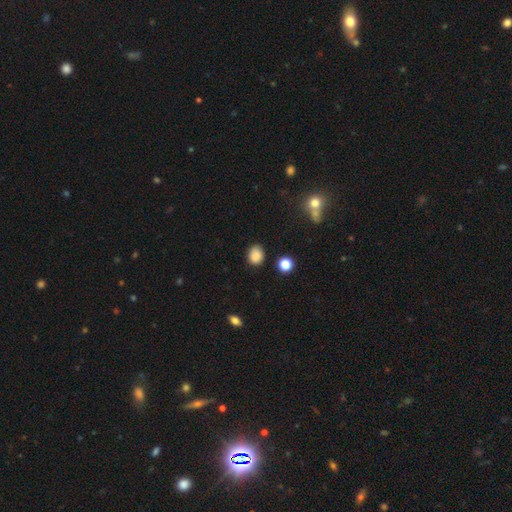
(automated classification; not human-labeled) Morphology: type=smooth (86%); roundness=round (51%); merging=none (81%).